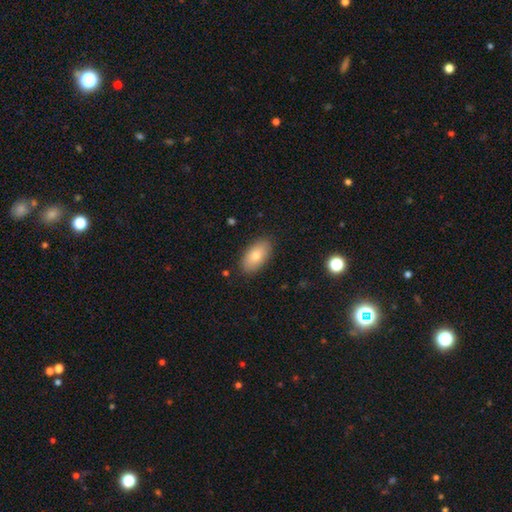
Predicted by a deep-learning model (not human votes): A smooth galaxy with no disk features (77%) that is in between round and cigar-shaped (94%).

Vote fractions:
- Smooth or featured? smooth: 77% / featured or disk: 16% / star or artifact: 7%
- How rounded? in between: 94% / round: 4% / cigar-shaped: 2%
- Merging? none: 86% / minor disturbance: 10% / major disturbance: 2% / merger: 1%